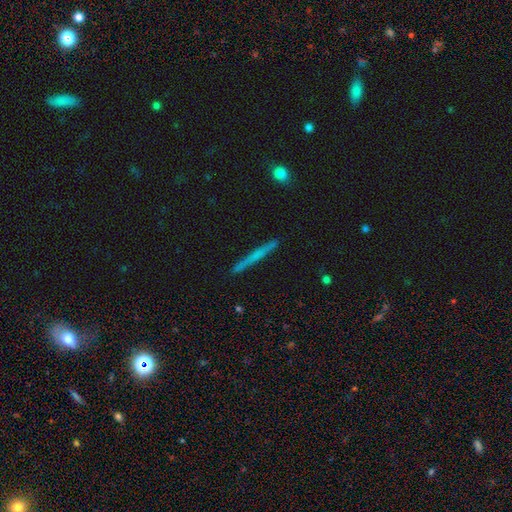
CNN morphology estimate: Smooth or featured? smooth (47%)
Merging? none (91%)